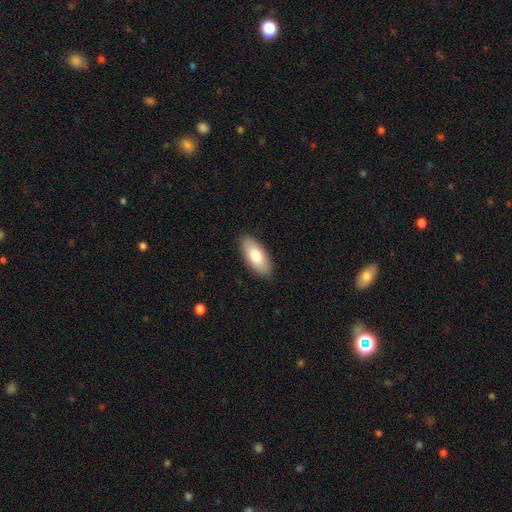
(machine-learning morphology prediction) Smooth or featured: smooth — 79% (featured or disk — 15%)
How rounded: in between — 88% (cigar-shaped — 10%)
Merging: none — 89% (minor disturbance — 9%)